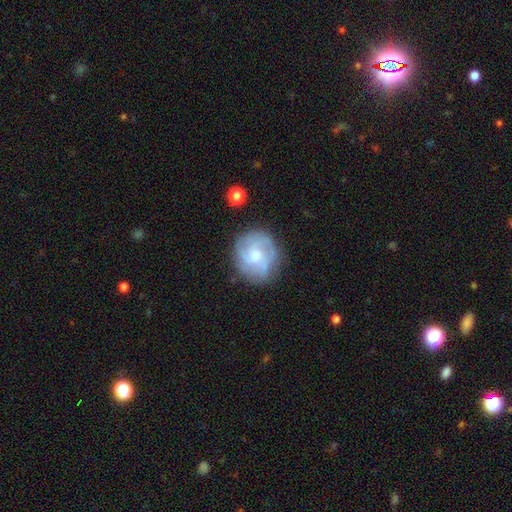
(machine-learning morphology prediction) A featured or disk galaxy (66%) with no bar (65%), 3 (32%) tight (47%) spiral arms (89%) and a moderate central bulge (43%).

Vote fractions:
- Smooth or featured? featured or disk: 66% / smooth: 27% / star or artifact: 7%
- Edge-on disk? no: 98% / yes: 2%
- Bar? no: 65% / weak: 31% / strong: 4%
- Spiral arms? yes: 89% / no: 11%
- Spiral winding? tight: 47% / medium: 40% / loose: 14%
- Spiral arm count? 3: 32% / can't tell: 29% / 2: 15% / 4: 14% / 1: 5% / more than 4: 5%
- Bulge size? moderate: 43% / small: 41% / none: 8% / large: 6% / dominant: 1%
- Merging? none: 76% / minor disturbance: 16% / major disturbance: 6% / merger: 2%